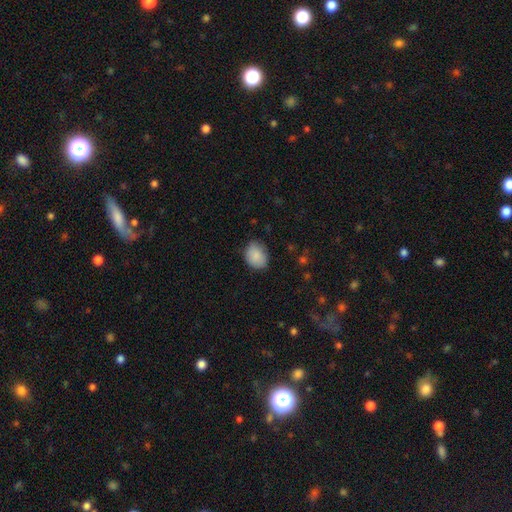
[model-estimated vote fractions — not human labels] This appears to be a smooth galaxy with no disk features (87%) that is in between round and cigar-shaped (60%). Merging: none (76%).